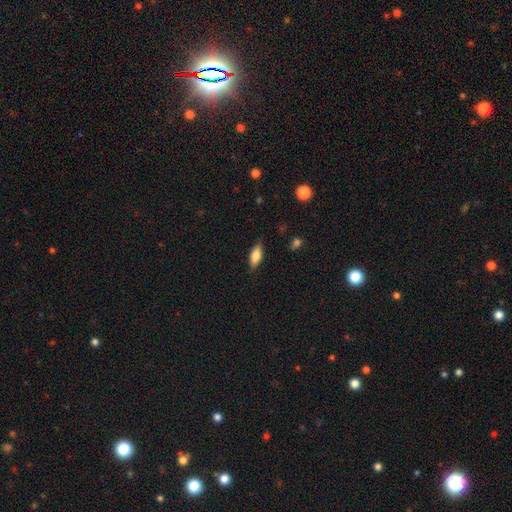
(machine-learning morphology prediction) smooth 78%, featured or disk 16%, star or artifact 7%. Down the decision tree: how rounded — in between (79%); merging — none (84%).